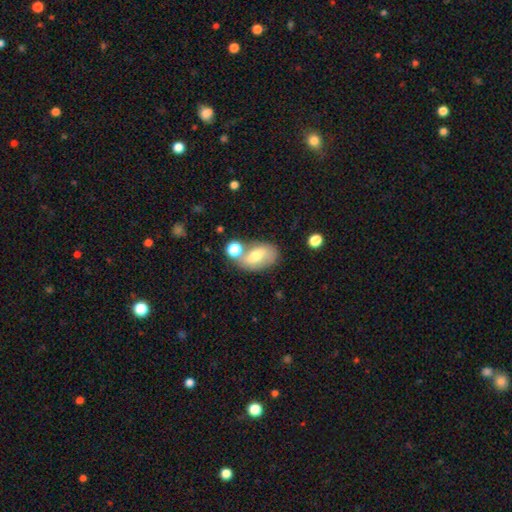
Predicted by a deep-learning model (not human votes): Overall: smooth (52%; featured or disk 39%). How rounded: in between (83%). Merging: none (55%; merger 21%).